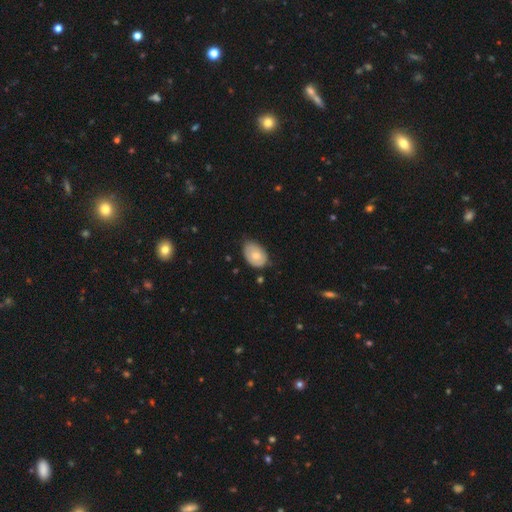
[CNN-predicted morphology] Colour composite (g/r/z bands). It shows a smooth galaxy with no disk features (65%) that is in between round and cigar-shaped (84%). Merging: none (64%).